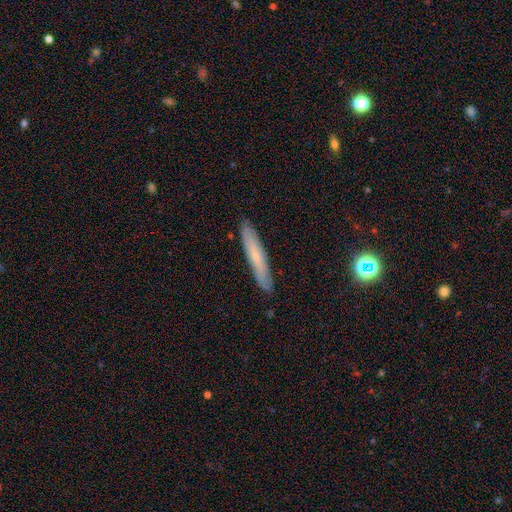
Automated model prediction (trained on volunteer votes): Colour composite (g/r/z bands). It shows a smooth galaxy with no disk features (51%) that is cigar-shaped (91%). Merging: none (88%).